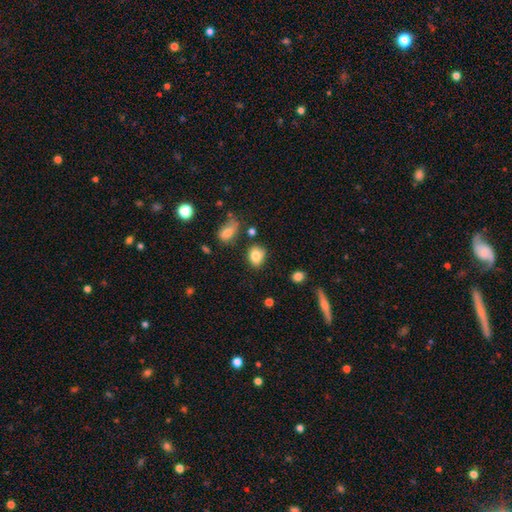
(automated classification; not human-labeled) The model was most divided on "how rounded": in between: 52%, round: 47%, cigar-shaped: 1%. More confident: smooth or featured — smooth (82%); merging — none (76%).